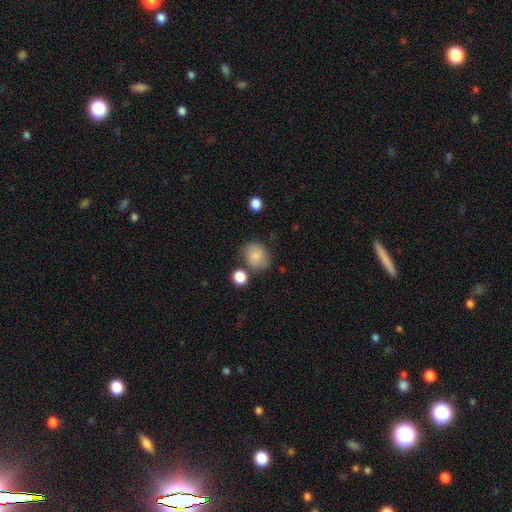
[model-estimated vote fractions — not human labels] smooth-or-featured: smooth: 80% | featured or disk: 11% | star or artifact: 9%
  how-rounded: round: 61% | in between: 38% | cigar-shaped: 1%
  merging: none: 71% | minor disturbance: 17% | merger: 7% | major disturbance: 5%